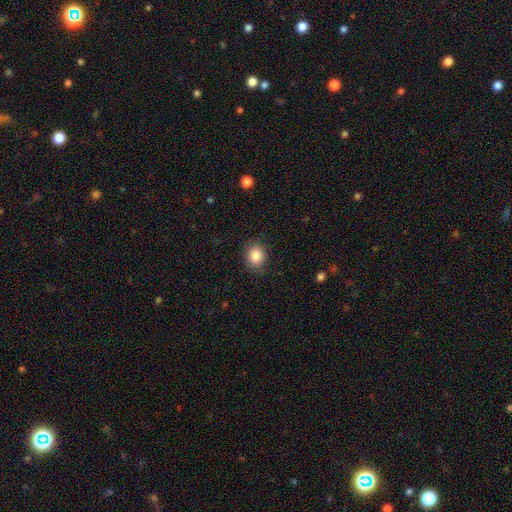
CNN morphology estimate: smooth_or_featured: smooth (p=0.85) [alt: star or artifact p=0.09]
how_rounded: round (p=0.58) [alt: in between p=0.41]
merging: none (p=0.85) [alt: minor disturbance p=0.12]